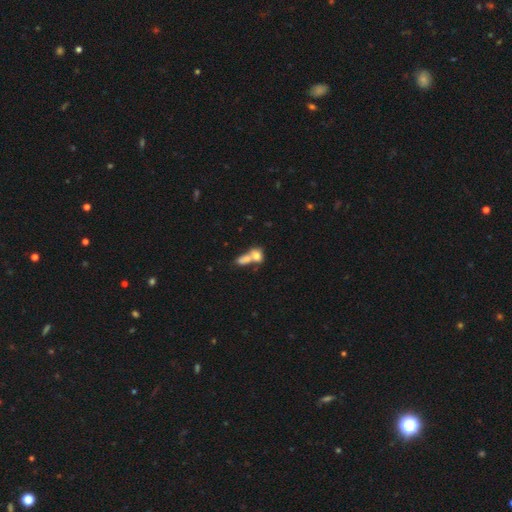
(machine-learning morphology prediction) type=smooth (72%); roundness=in between (59%); merging=merger (68%).